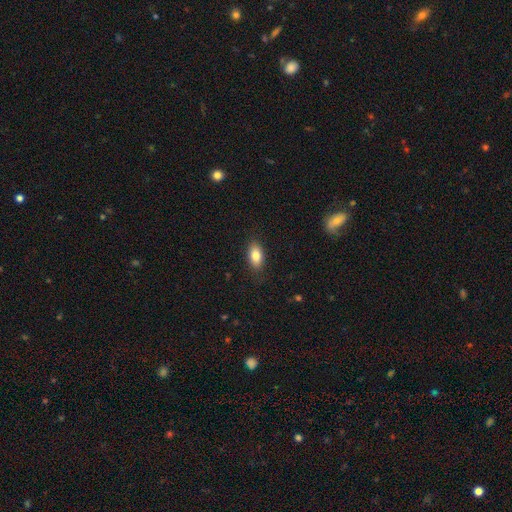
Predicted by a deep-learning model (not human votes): Overall: smooth (82%). How rounded: in between (89%). Merging: none (86%).